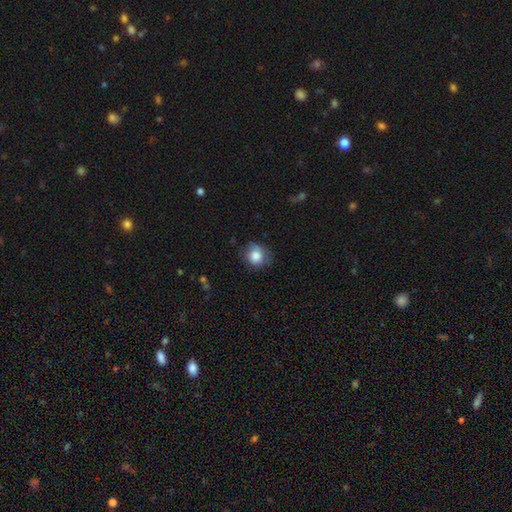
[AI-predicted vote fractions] Smooth or featured: smooth — 82% (featured or disk — 10%)
How rounded: round — 75% (in between — 24%)
Merging: none — 64% (minor disturbance — 26%)